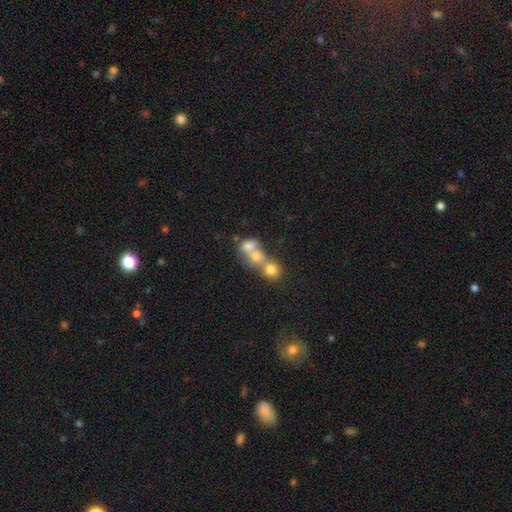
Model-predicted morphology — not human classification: Smooth or featured? smooth (53%)
How rounded? round (67%)
Merging? merger (62%)